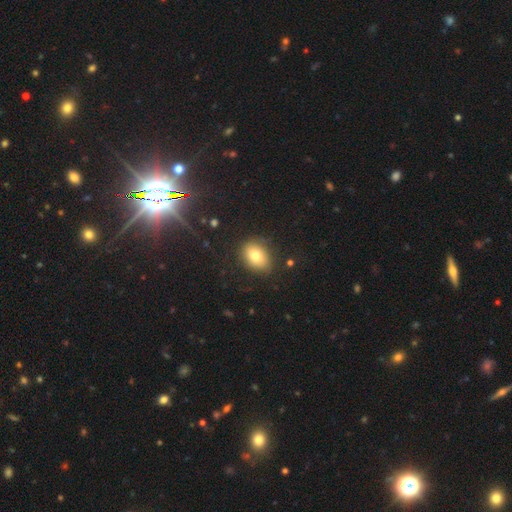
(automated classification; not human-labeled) This appears to be a smooth galaxy with no disk features (79%) that is in between round and cigar-shaped (72%). Merging: none (82%).